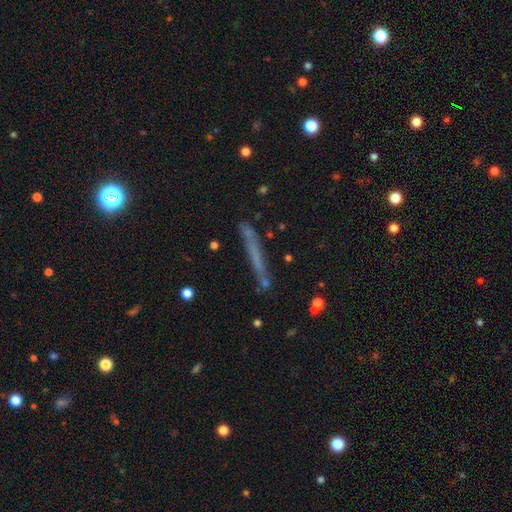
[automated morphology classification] type=smooth (53%); roundness=cigar-shaped (96%); merging=none (77%).